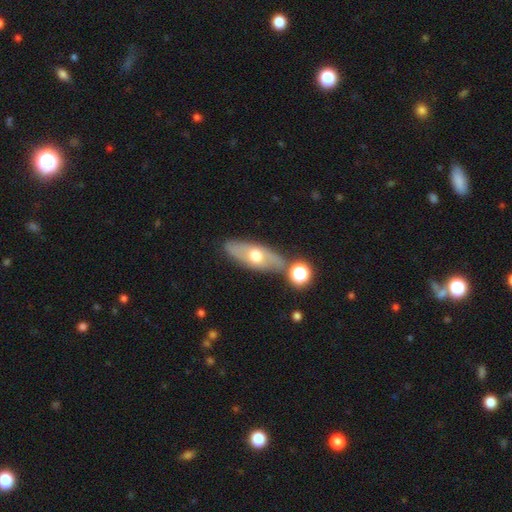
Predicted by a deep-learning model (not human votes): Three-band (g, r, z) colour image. It shows a smooth galaxy with no disk features (47%). Merging: none (72%).